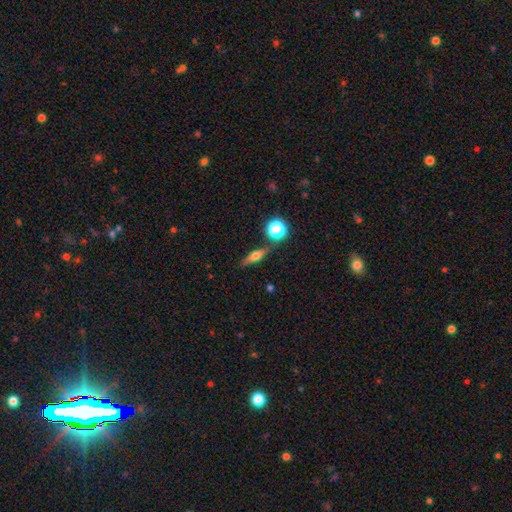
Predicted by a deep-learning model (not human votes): This appears to be a smooth galaxy with no disk features (46%). Merging: none (79%).